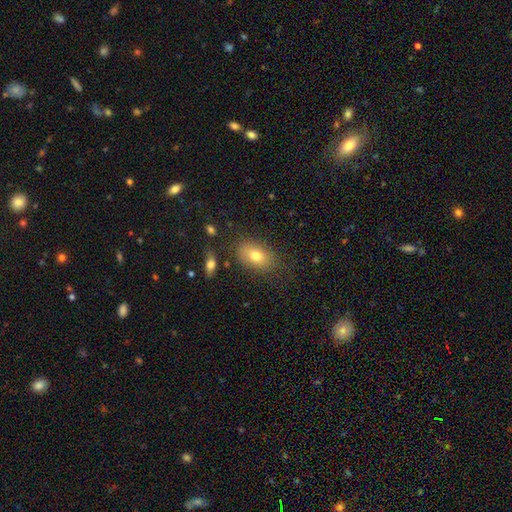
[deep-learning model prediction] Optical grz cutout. It shows a smooth galaxy with no disk features (76%) that is in between round and cigar-shaped (86%). Merging: none (77%).